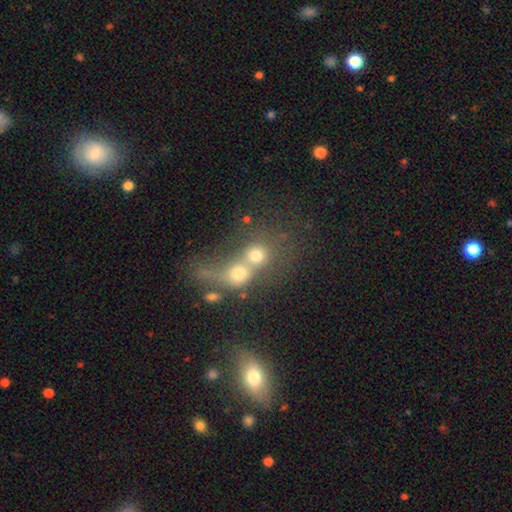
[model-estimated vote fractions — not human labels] This appears to be a smooth galaxy with no disk features (58%) that is round (73%). Merging: merger (72%).